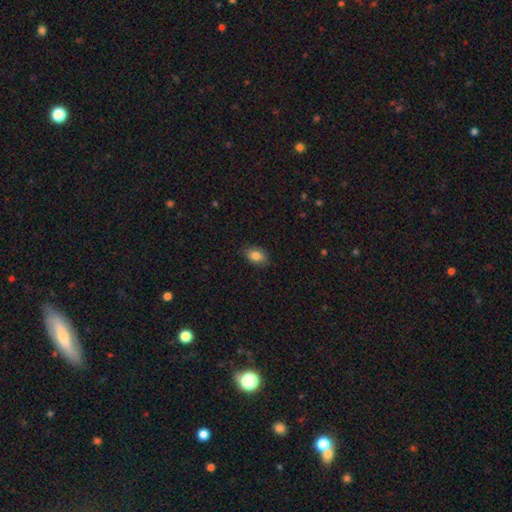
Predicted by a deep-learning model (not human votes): This is clearly a smooth galaxy (85%). How rounded: clearly in between (87%). Merging: clearly none (84%).